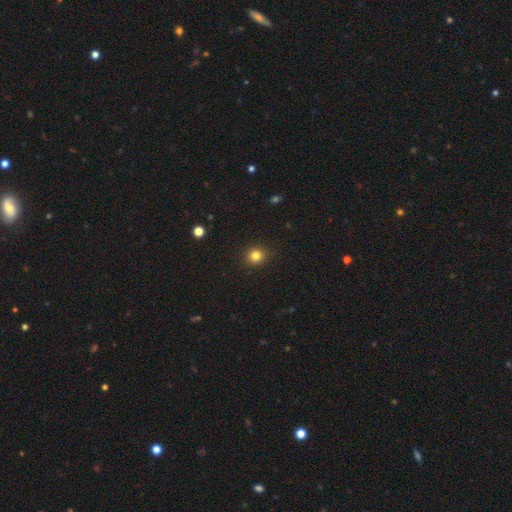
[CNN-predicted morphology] smooth 82%, star or artifact 13%, featured or disk 5%. Down the decision tree: how rounded — round (90%); merging — none (91%).